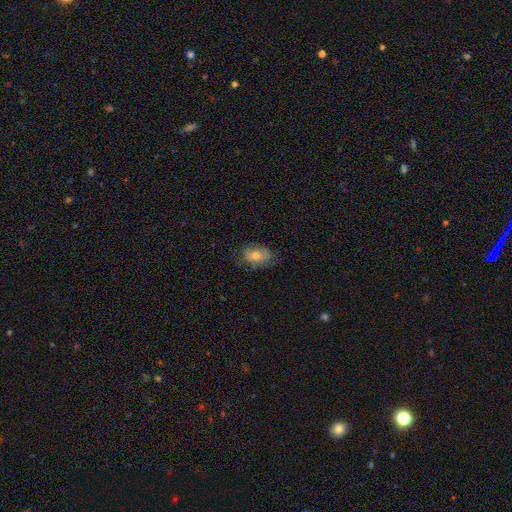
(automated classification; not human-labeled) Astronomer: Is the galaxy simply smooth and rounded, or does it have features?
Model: smooth — 50% (runner-up: featured or disk, 38%).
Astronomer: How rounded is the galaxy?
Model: in between — 79%.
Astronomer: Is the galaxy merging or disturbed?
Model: none — 65%.